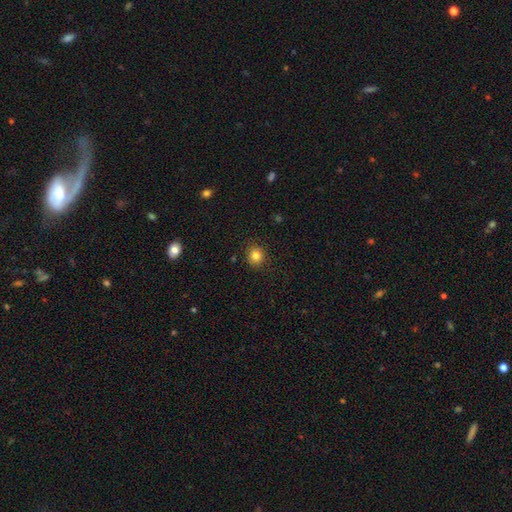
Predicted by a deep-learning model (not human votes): The model was most divided on "smooth or featured": smooth: 82%, star or artifact: 11%, featured or disk: 6%. More confident: merging — none (89%); how rounded — round (85%).